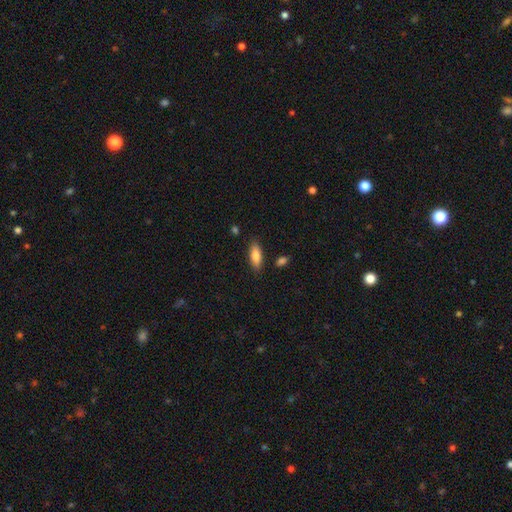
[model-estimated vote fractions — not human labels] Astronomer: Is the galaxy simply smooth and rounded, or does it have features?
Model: smooth — 83%.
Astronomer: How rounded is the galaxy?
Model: in between — 72%.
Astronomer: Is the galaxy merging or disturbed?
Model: none — 84%.